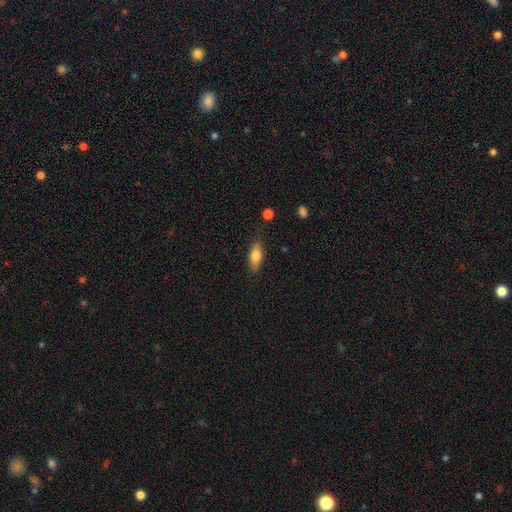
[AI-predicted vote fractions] A smooth galaxy with no disk features (75%) that is in between round and cigar-shaped (77%). Merging: none (80%).